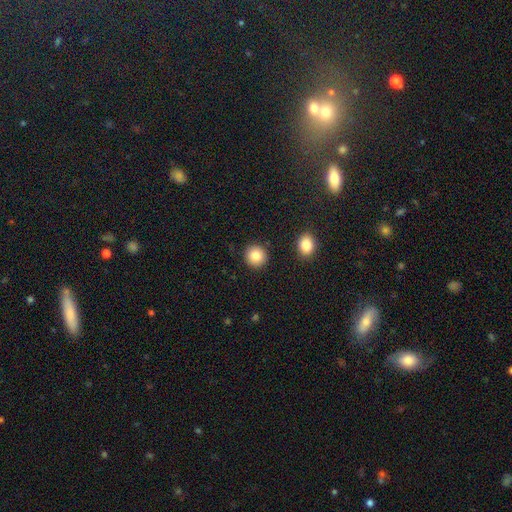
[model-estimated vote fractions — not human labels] Q: Smooth or featured?
A: smooth (86%); runner-up: star or artifact (9%)
Q: How rounded?
A: round (91%); runner-up: in between (8%)
Q: Merging?
A: none (90%); runner-up: minor disturbance (6%)